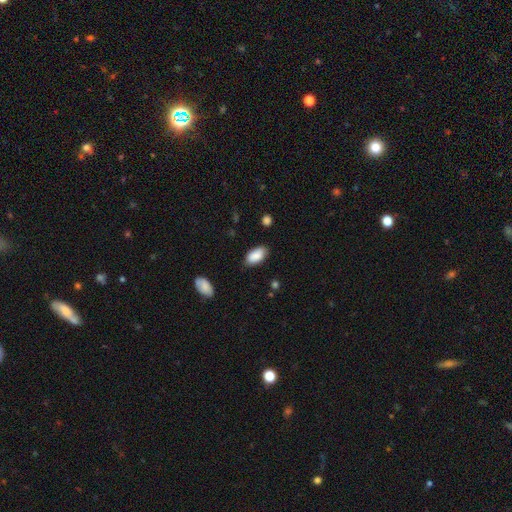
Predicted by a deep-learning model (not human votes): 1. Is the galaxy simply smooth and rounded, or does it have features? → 88% smooth, 6% star or artifact, 5% featured or disk.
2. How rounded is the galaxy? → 94% in between, 4% cigar-shaped, 2% round.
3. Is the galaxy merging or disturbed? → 81% none, 14% minor disturbance, 3% major disturbance, 2% merger.